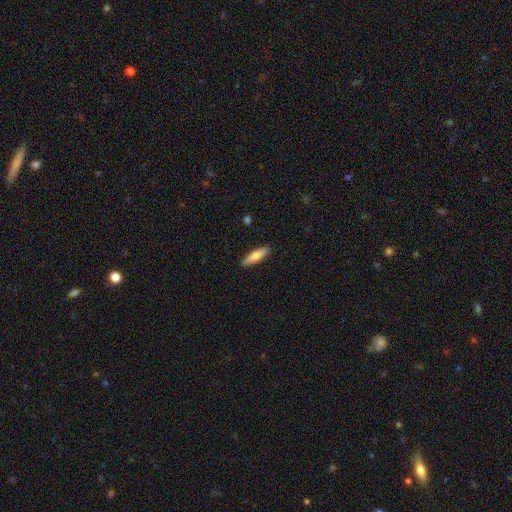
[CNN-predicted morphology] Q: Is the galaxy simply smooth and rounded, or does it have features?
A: smooth — 78%.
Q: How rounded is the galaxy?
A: cigar-shaped — 69%.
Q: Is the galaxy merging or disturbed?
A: none — 89%.